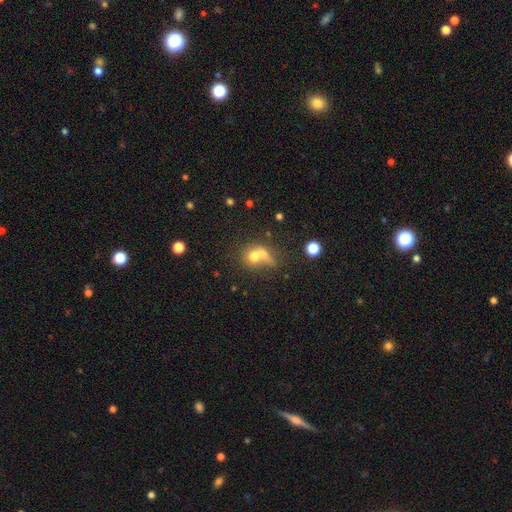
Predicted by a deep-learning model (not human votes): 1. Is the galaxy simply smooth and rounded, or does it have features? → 65% smooth, 20% featured or disk, 15% star or artifact.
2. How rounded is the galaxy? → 63% round, 34% in between, 3% cigar-shaped.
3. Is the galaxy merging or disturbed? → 48% merger, 28% none, 13% major disturbance, 11% minor disturbance.